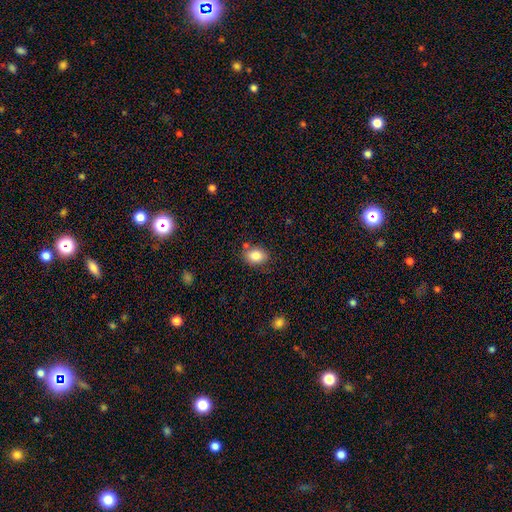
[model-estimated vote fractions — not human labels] smooth_or_featured: smooth (p=0.84) [alt: star or artifact p=0.09]
how_rounded: in between (p=0.70) [alt: round p=0.29]
merging: none (p=0.76) [alt: minor disturbance p=0.15]